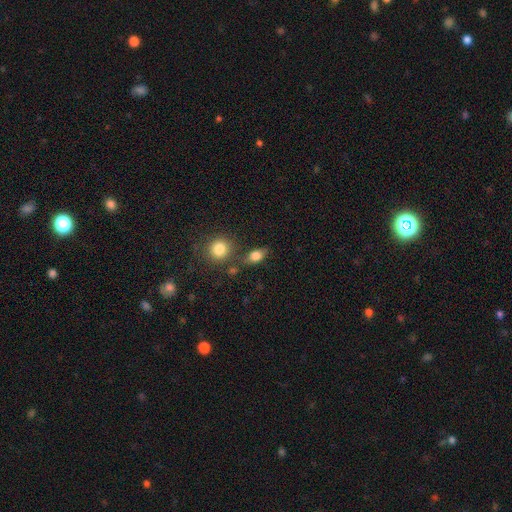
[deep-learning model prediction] Q: Smooth or featured?
A: smooth (80%); runner-up: featured or disk (10%)
Q: How rounded?
A: in between (73%); runner-up: round (22%)
Q: Merging?
A: none (67%); runner-up: minor disturbance (16%)